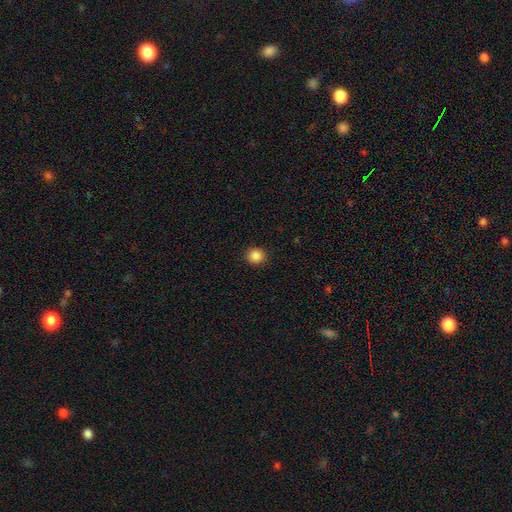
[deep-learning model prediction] Overall: smooth (87%). How rounded: round (91%). Merging: none (91%).